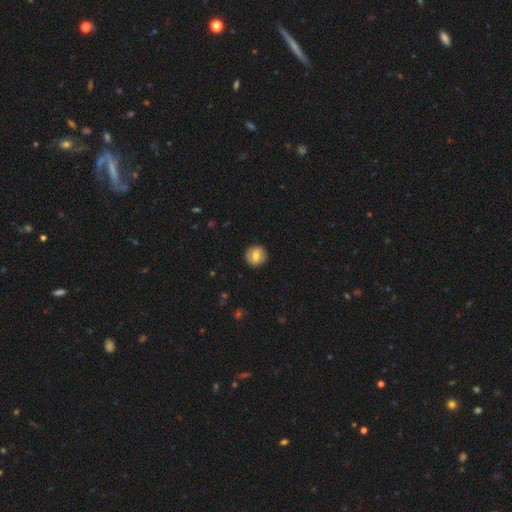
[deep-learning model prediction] A smooth galaxy with no disk features (67%) that is round (91%). Merging: none (89%).